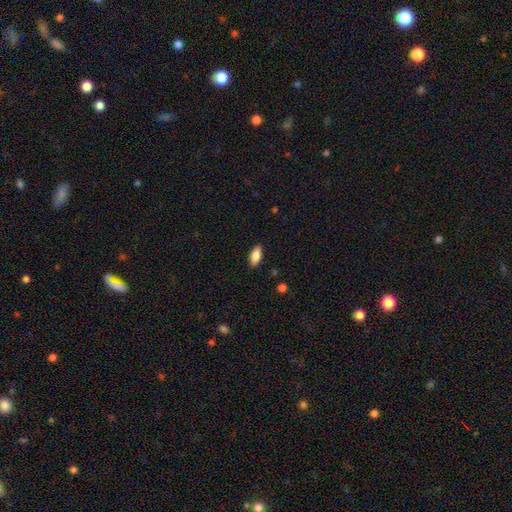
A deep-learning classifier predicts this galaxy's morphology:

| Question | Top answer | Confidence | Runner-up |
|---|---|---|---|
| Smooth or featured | smooth | 83% | featured or disk (10%) |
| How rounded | in between | 84% | cigar-shaped (14%) |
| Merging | none | 88% | minor disturbance (9%) |